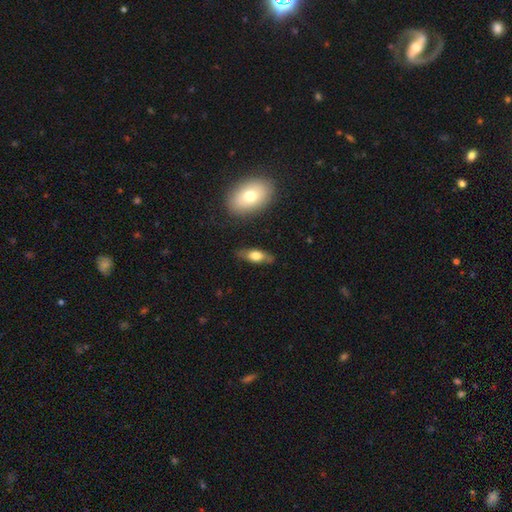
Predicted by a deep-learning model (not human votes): Smooth or featured: smooth — 60% (featured or disk — 33%)
How rounded: in between — 73% (cigar-shaped — 22%)
Merging: none — 78% (minor disturbance — 16%)